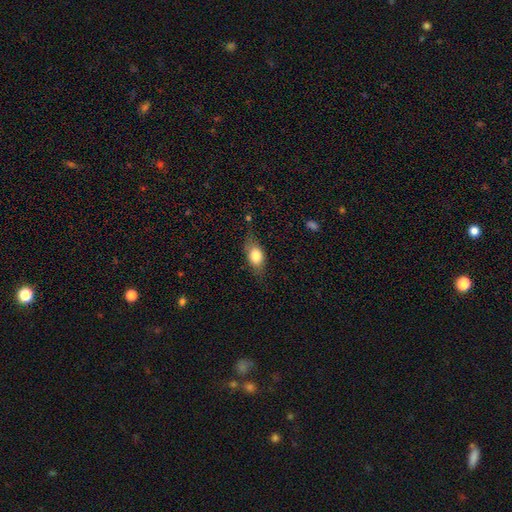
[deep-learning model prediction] smooth-or-featured: smooth: 78% | featured or disk: 15% | star or artifact: 8%
  how-rounded: in between: 80% | round: 14% | cigar-shaped: 7%
  merging: none: 69% | minor disturbance: 23% | major disturbance: 7% | merger: 2%